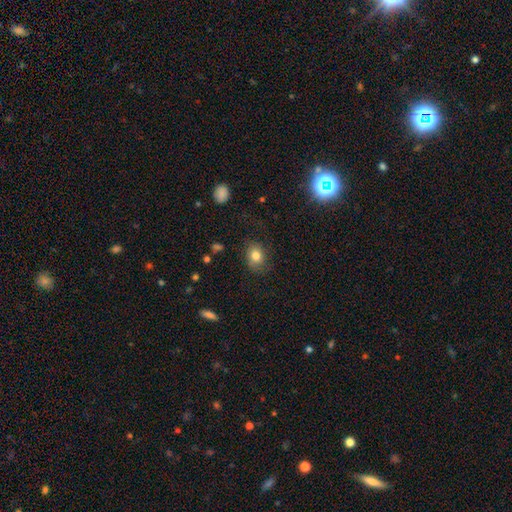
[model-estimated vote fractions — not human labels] The model was most divided on "how rounded": in between: 55%, round: 44%, cigar-shaped: 1%. More confident: smooth or featured — smooth (81%); merging — none (76%).